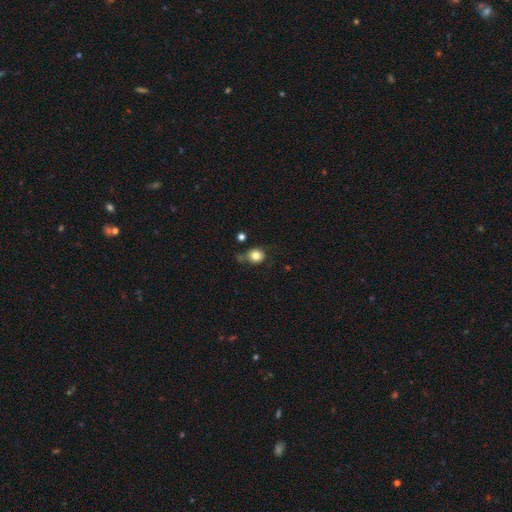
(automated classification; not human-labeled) Smooth or featured: smooth — 81% (star or artifact — 10%)
How rounded: round — 78% (in between — 21%)
Merging: none — 63% (minor disturbance — 21%)